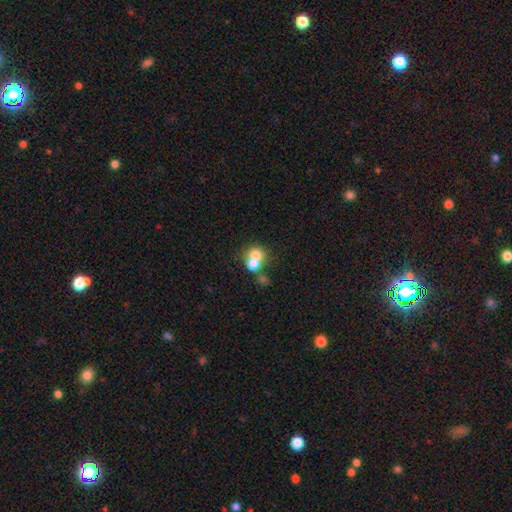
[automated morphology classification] smooth_or_featured: smooth (p=0.69) [alt: featured or disk p=0.20]
how_rounded: round (p=0.73) [alt: in between p=0.27]
merging: merger (p=0.62) [alt: none p=0.29]